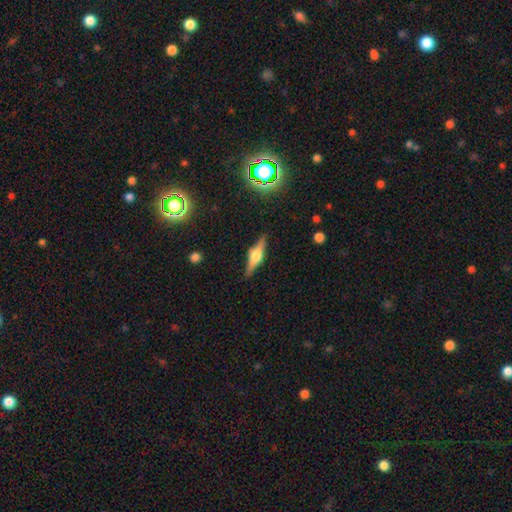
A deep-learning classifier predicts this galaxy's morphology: Smooth or featured? featured or disk (68%)
Edge-on disk? yes (97%)
Edge-on bulge? rounded (88%)
Merging? none (87%)